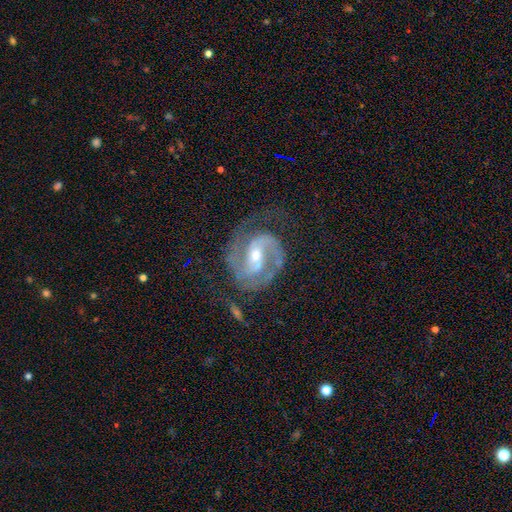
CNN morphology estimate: type=featured or disk (92%); edge-on=no (98%); bar=weak (45%); spiral arms=yes (98%); winding=medium (55%); arm count=2 (88%); bulge=moderate (49%); merging=none (67%).